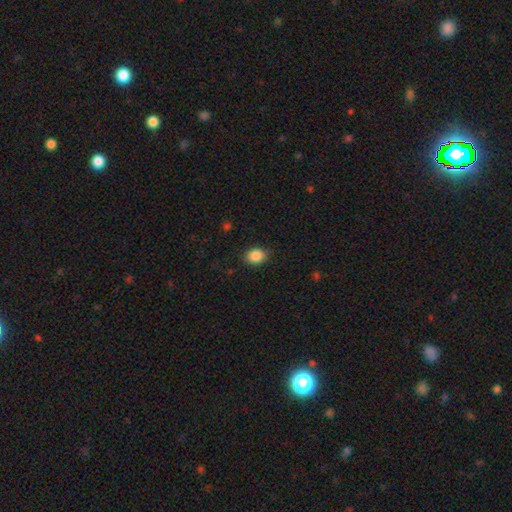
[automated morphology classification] This is clearly a smooth galaxy (87%). How rounded: possibly in between (57%). Merging: clearly none (84%).